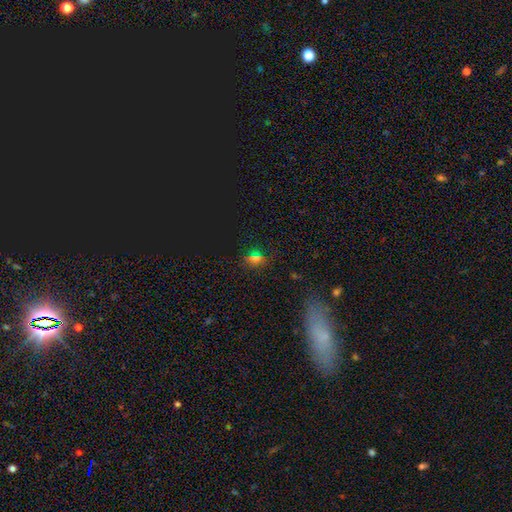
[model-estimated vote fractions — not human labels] Overall: smooth (48%; star or artifact 44%). Merging: none (83%).